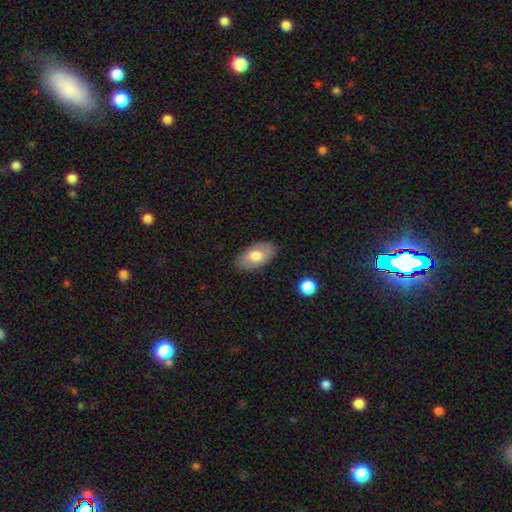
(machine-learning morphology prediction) This appears to be a smooth galaxy with no disk features (65%) that is in between round and cigar-shaped (94%). Merging: none (84%).